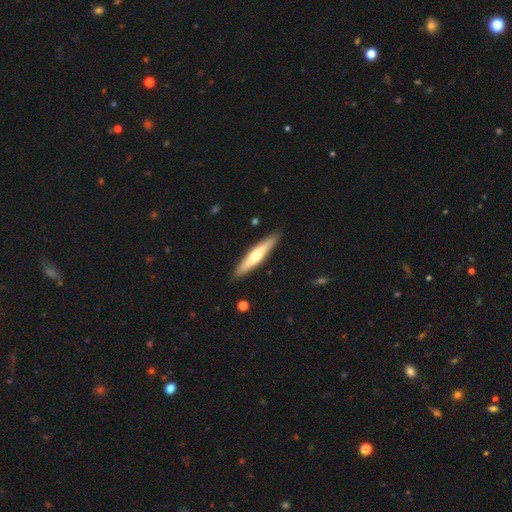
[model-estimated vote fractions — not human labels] Smooth or featured: smooth — 51% (featured or disk — 44%)
How rounded: cigar-shaped — 87% (in between — 12%)
Merging: none — 89% (minor disturbance — 8%)